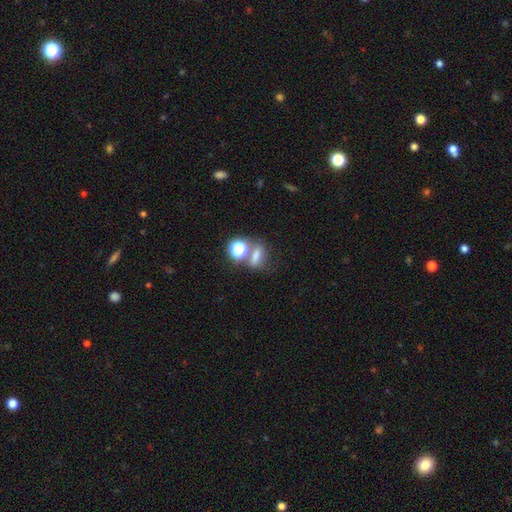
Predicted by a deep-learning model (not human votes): Morphology: type=smooth (66%); roundness=in between (59%); merging=none (46%).